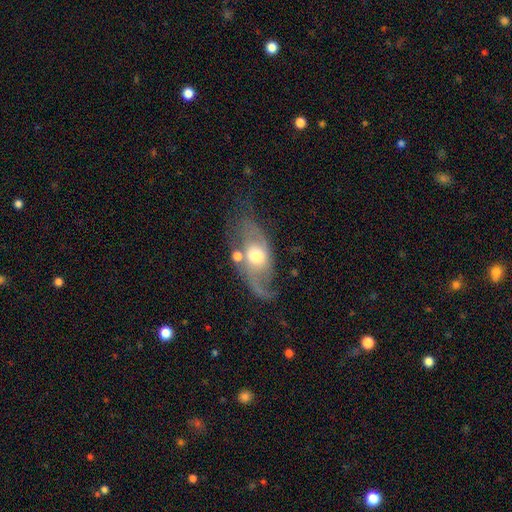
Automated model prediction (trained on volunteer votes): This is likely a featured or disk galaxy (75%). It is clearly not viewed edge-on (93%). Bar: likely no (61%). Spiral arm pattern: clearly yes (88%). Spiral arm count: clearly 2 (82%). Spiral winding: possibly loose (58%). Central bulge: likely moderate (65%). Merging: possibly none (51%).